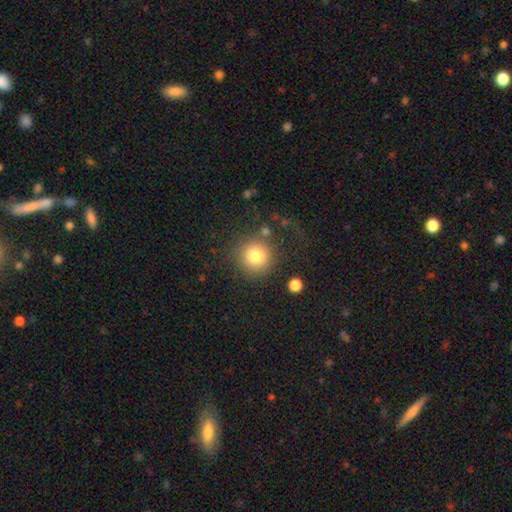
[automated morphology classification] Smooth or featured: smooth — 79% (star or artifact — 12%)
How rounded: round — 94% (in between — 5%)
Merging: none — 79% (minor disturbance — 10%)